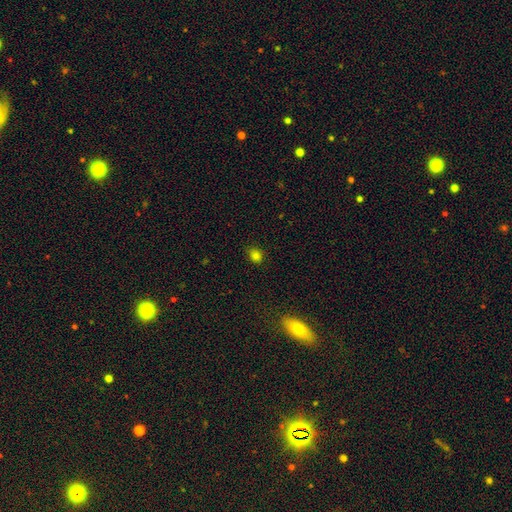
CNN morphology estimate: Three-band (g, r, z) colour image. It shows a smooth galaxy with no disk features (80%) that is round (56%). Merging: none (83%).